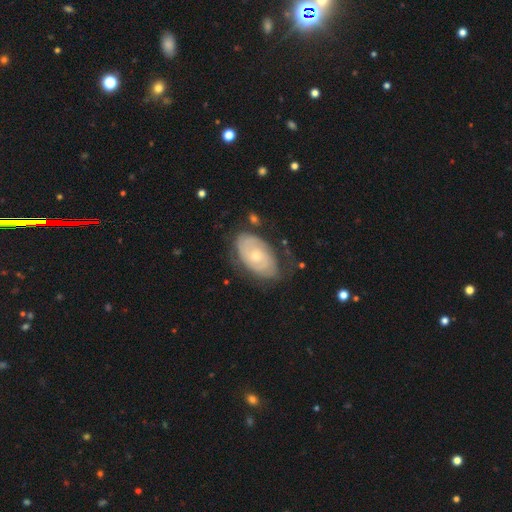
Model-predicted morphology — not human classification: type=featured or disk (74%); edge-on=no (95%); bar=no (78%); spiral arms=yes (85%); winding=tight (69%); arm count=2 (47%); bulge=small (60%); merging=none (69%).